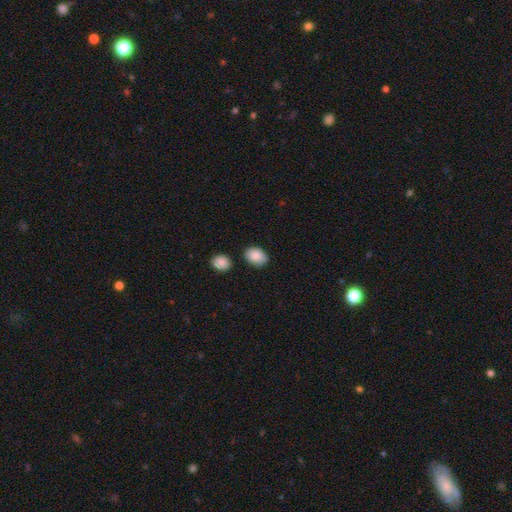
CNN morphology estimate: Smooth or featured?
  - smooth: 87% *
  - star or artifact: 7%
  - featured or disk: 6%
How rounded?
  - in between: 77% *
  - round: 21%
  - cigar-shaped: 1%
Merging?
  - none: 81% *
  - minor disturbance: 12%
  - merger: 5%
  - major disturbance: 2%